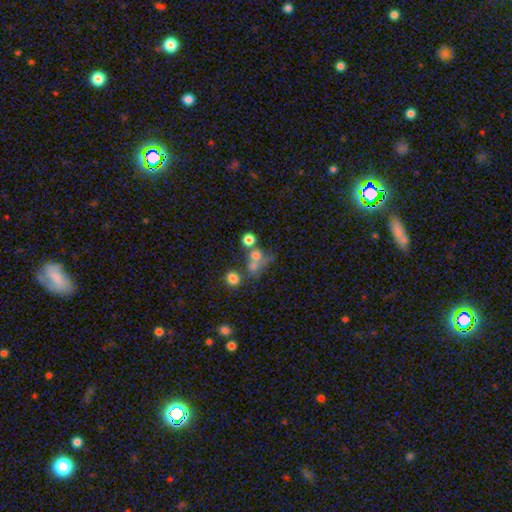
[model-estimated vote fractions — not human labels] smooth 64%, star or artifact 19%, featured or disk 17%. Down the decision tree: how rounded — round (78%); merging — merger (40%).